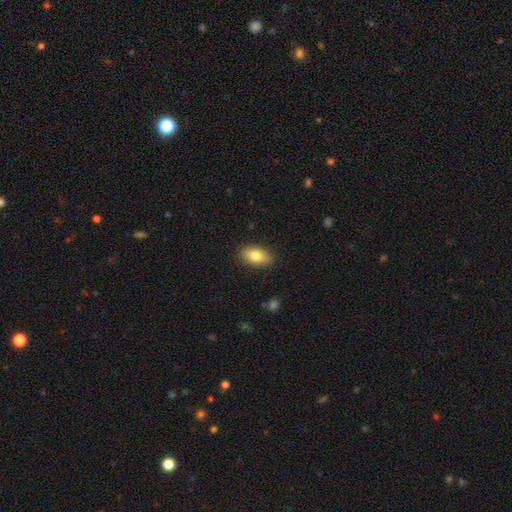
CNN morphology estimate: A smooth galaxy with no disk features (82%) that is in between round and cigar-shaped (91%). Merging: none (88%).